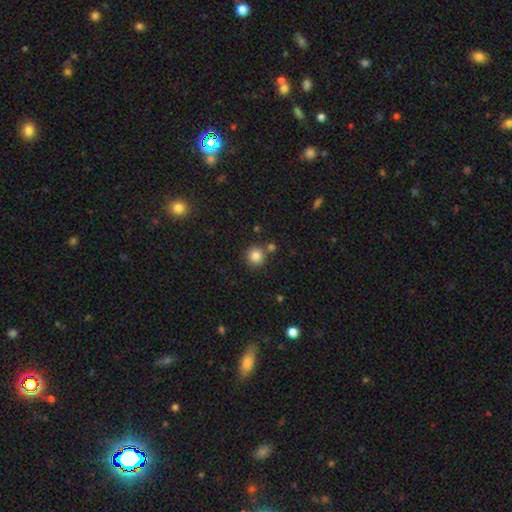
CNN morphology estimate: Smooth or featured: smooth — 84% (star or artifact — 11%)
How rounded: round — 94% (in between — 5%)
Merging: none — 78% (merger — 12%)